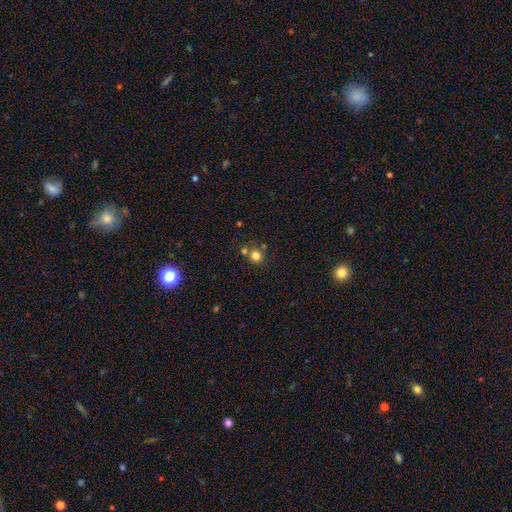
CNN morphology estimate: Smooth or featured? smooth (79%)
How rounded? round (89%)
Merging? none (67%)